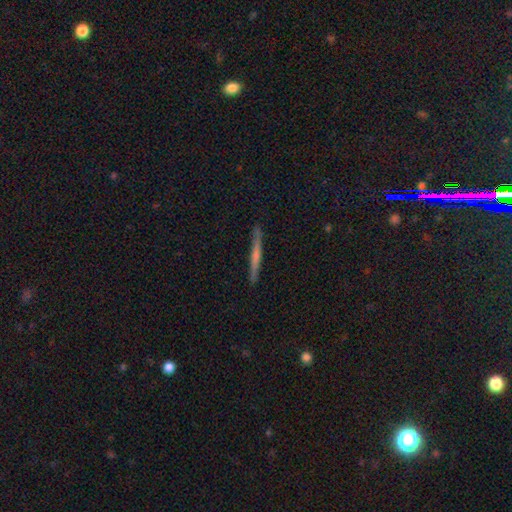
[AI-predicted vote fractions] Smooth or featured? featured or disk (53%)
Edge-on disk? yes (97%)
Edge-on bulge? none (59%)
Merging? none (90%)